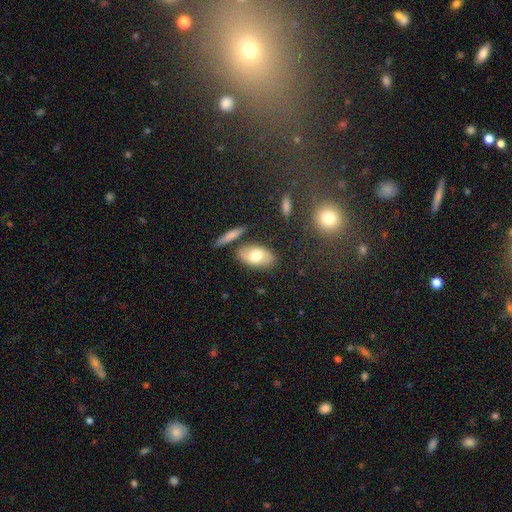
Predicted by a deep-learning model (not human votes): smooth 69%, featured or disk 24%, star or artifact 7%. Down the decision tree: how rounded — in between (90%); merging — none (77%).